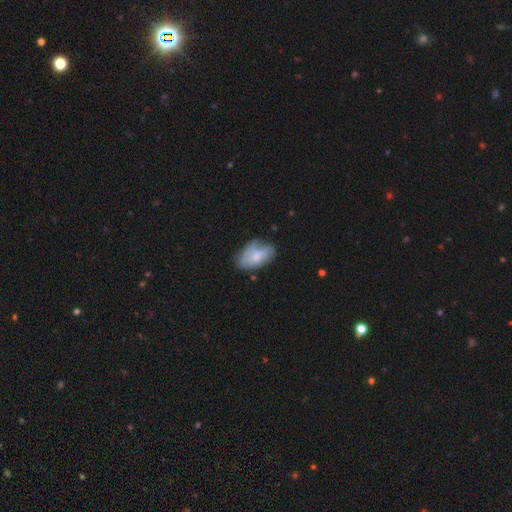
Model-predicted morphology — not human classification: Overall: smooth (61%; featured or disk 32%). How rounded: in between (92%). Merging: none (50%; minor disturbance 32%).